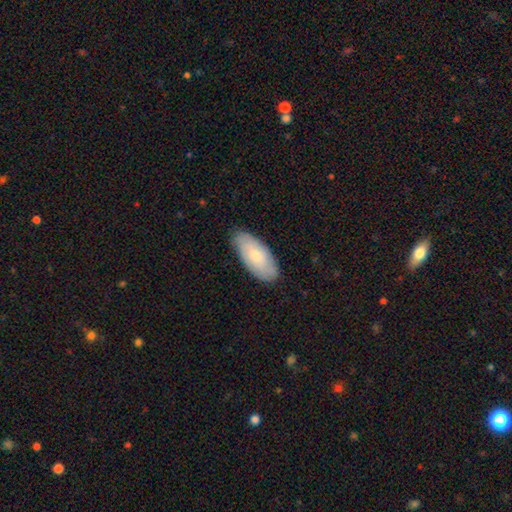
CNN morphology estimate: smooth_or_featured: smooth (p=0.67) [alt: featured or disk p=0.28]
how_rounded: in between (p=0.90) [alt: cigar-shaped p=0.09]
merging: none (p=0.83) [alt: minor disturbance p=0.14]